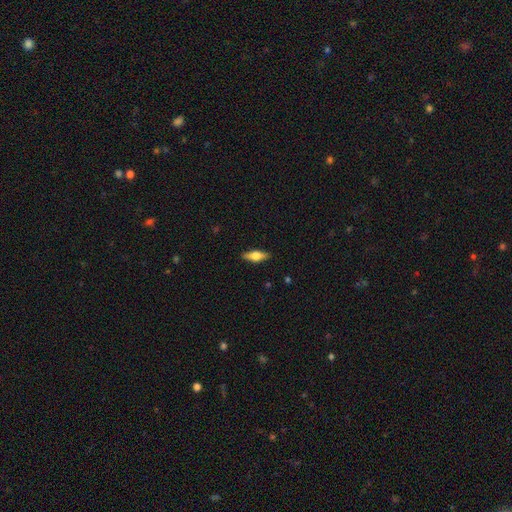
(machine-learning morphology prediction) type=smooth (57%); roundness=in between (64%); merging=none (88%).